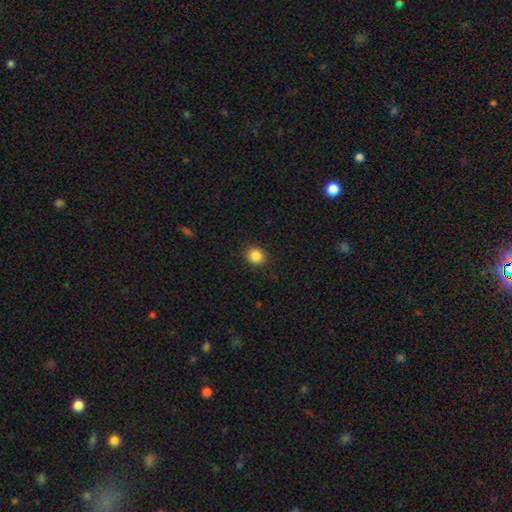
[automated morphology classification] Overall: smooth (86%). How rounded: round (82%). Merging: none (91%).